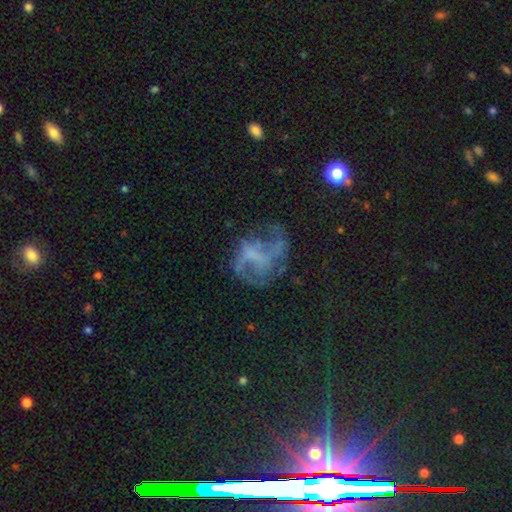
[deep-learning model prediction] Smooth or featured? featured or disk (59%)
Edge-on disk? no (97%)
Bar? no (63%)
Spiral arms? no (52%)
Bulge size? none (71%)
Merging? none (42%)